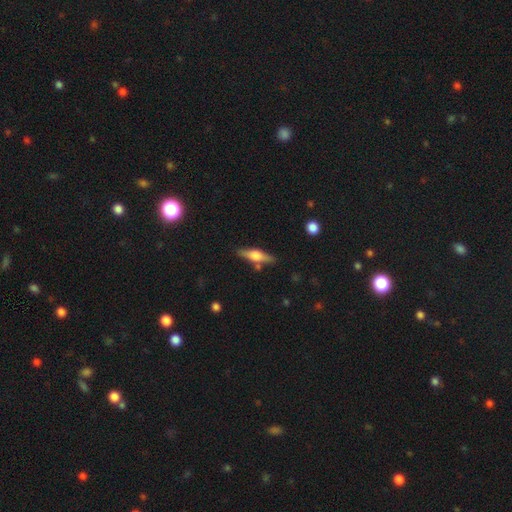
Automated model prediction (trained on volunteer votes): Smooth or featured? featured or disk (56%)
Edge-on disk? yes (94%)
Edge-on bulge? rounded (90%)
Merging? none (81%)